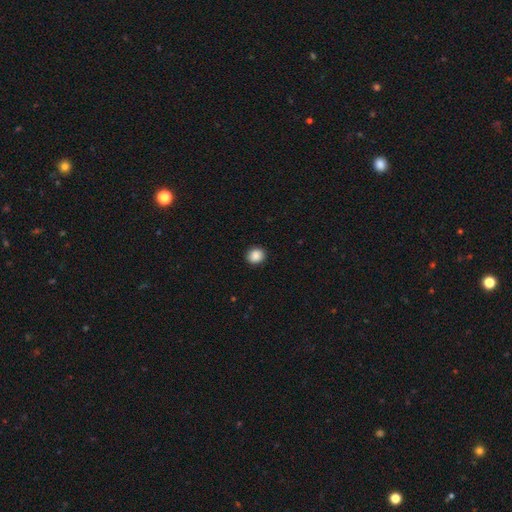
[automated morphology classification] Smooth or featured?
  - smooth: 88% *
  - star or artifact: 9%
  - featured or disk: 4%
How rounded?
  - round: 78% *
  - in between: 21%
  - cigar-shaped: 1%
Merging?
  - none: 91% *
  - minor disturbance: 6%
  - major disturbance: 2%
  - merger: 1%